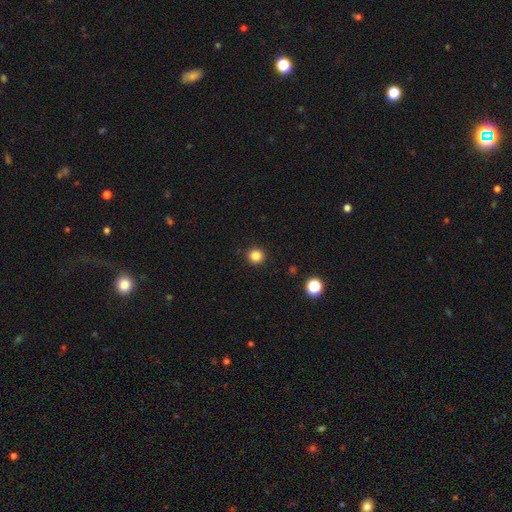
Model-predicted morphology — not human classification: Q: Smooth or featured?
A: smooth (85%); runner-up: star or artifact (12%)
Q: How rounded?
A: round (92%); runner-up: in between (7%)
Q: Merging?
A: none (92%); runner-up: minor disturbance (5%)